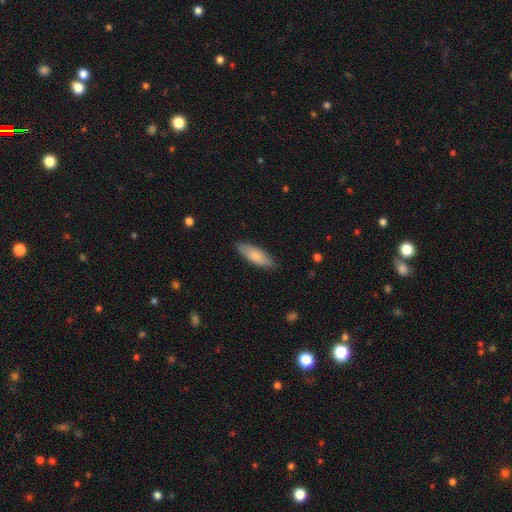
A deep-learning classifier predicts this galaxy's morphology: smooth-or-featured: smooth: 82% | featured or disk: 13% | star or artifact: 5%
  how-rounded: in between: 52% | cigar-shaped: 46% | round: 2%
  merging: none: 85% | minor disturbance: 12% | major disturbance: 2% | merger: 1%